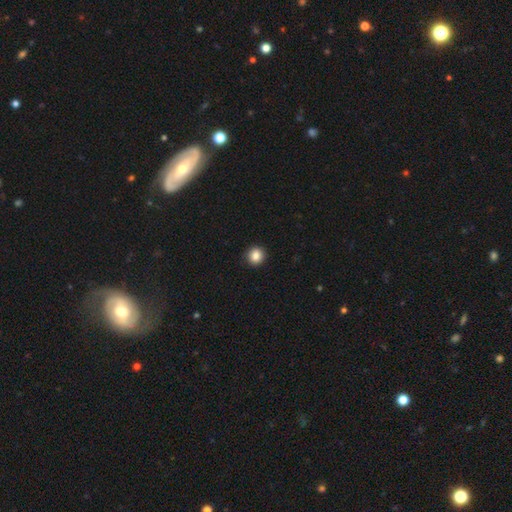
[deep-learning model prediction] Smooth or featured? Predicted: smooth (p=0.85). How rounded? Predicted: round (p=0.91). Merging? Predicted: none (p=0.92).